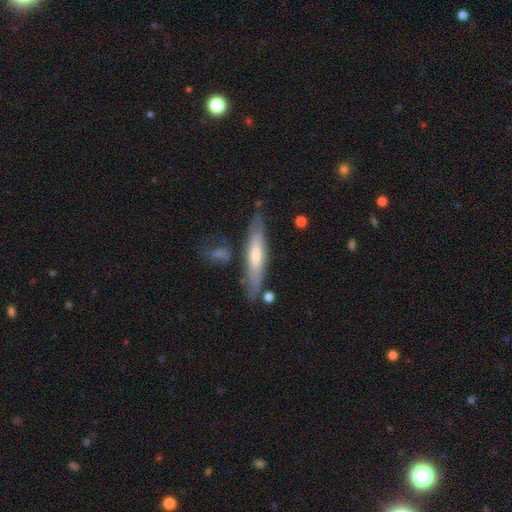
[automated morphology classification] Overall: featured or disk (48%; smooth 46%). Merging: none (76%).